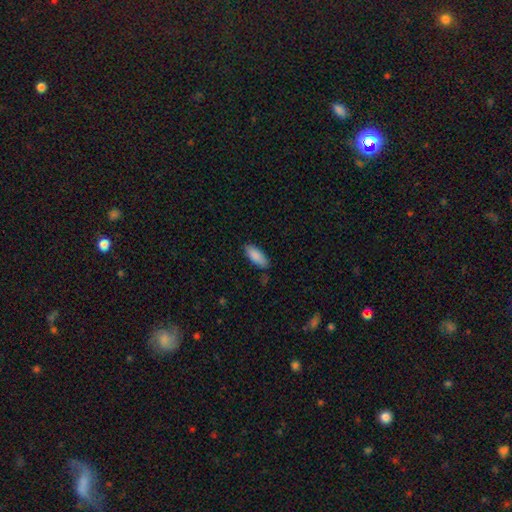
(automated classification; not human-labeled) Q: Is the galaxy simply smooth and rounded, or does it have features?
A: smooth — 89%.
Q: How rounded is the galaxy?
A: in between — 79%.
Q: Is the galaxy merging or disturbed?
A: none — 80%.